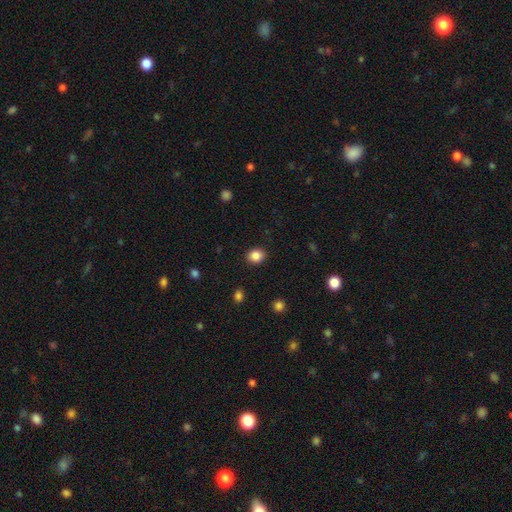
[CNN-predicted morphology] smooth_or_featured: smooth (p=0.87) [alt: star or artifact p=0.10]
how_rounded: round (p=0.70) [alt: in between p=0.29]
merging: none (p=0.89) [alt: minor disturbance p=0.07]